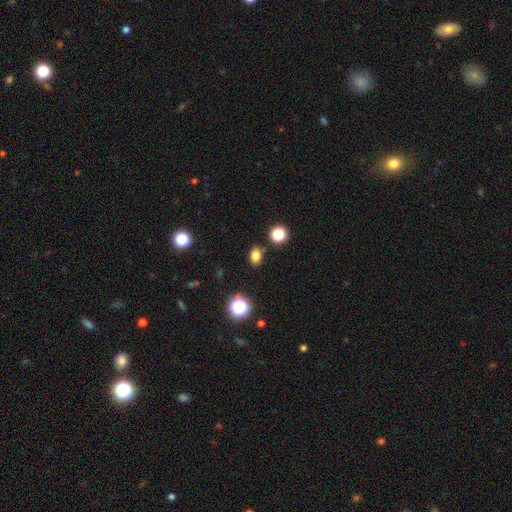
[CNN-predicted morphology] A smooth galaxy with no disk features (79%) that is in between round and cigar-shaped (74%). Merging: none (83%).